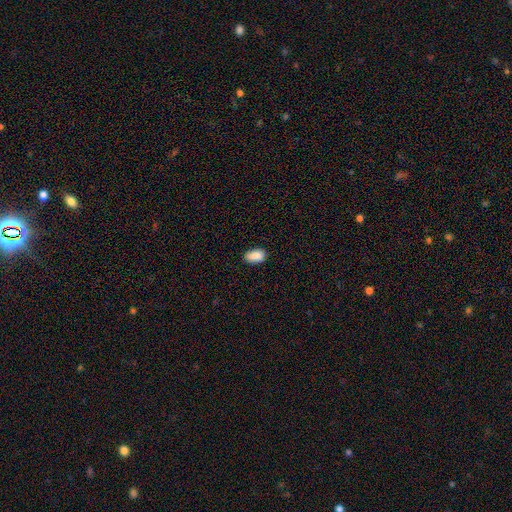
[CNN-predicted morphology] A smooth galaxy with no disk features (90%) that is in between round and cigar-shaped (92%). Merging: none (83%).